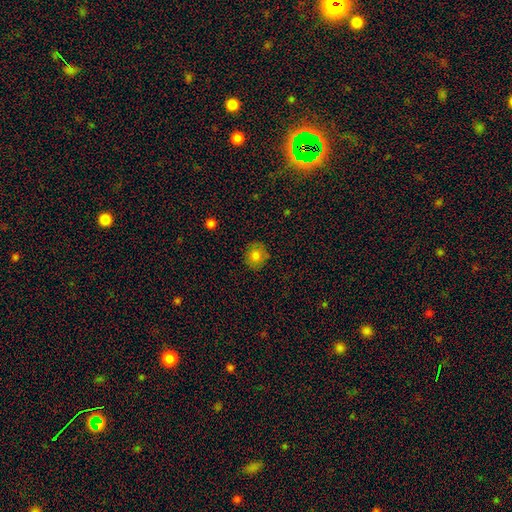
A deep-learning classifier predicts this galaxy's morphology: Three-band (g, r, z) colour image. It shows a smooth galaxy with no disk features (81%) that is round (82%). Merging: none (83%).